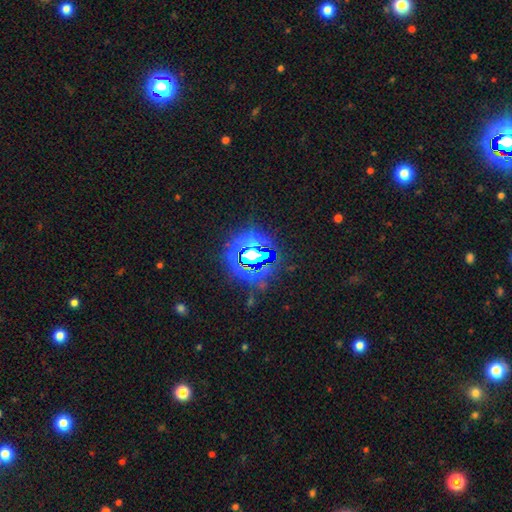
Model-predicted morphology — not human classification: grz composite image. It shows a star or artifact, not a galaxy (69%).